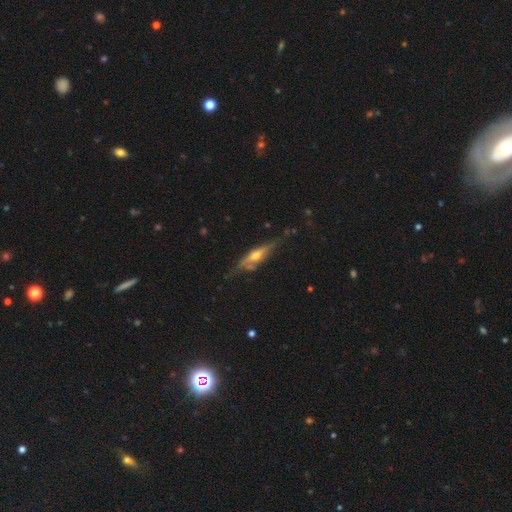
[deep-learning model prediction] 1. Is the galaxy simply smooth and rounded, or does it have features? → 74% featured or disk, 20% smooth, 6% star or artifact.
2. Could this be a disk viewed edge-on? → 89% yes, 11% no.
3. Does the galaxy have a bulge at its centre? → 88% rounded, 7% boxy, 6% none.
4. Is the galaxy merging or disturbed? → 67% none, 21% minor disturbance, 7% major disturbance, 4% merger.